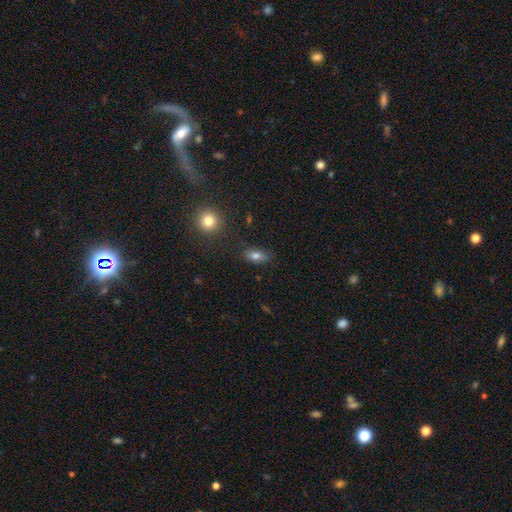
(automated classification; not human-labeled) Overall: smooth (79%). How rounded: in between (85%). Merging: none (80%).